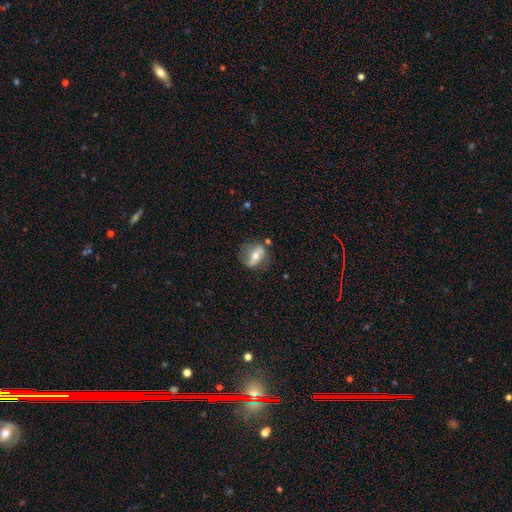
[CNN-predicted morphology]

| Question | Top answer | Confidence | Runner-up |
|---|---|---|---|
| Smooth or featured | featured or disk | 60% | smooth (33%) |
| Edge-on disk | no | 91% | yes (9%) |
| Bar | strong | 38% | no (34%) |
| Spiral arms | yes | 70% | no (30%) |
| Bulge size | moderate | 64% | small (29%) |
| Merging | none | 59% | minor disturbance (24%) |